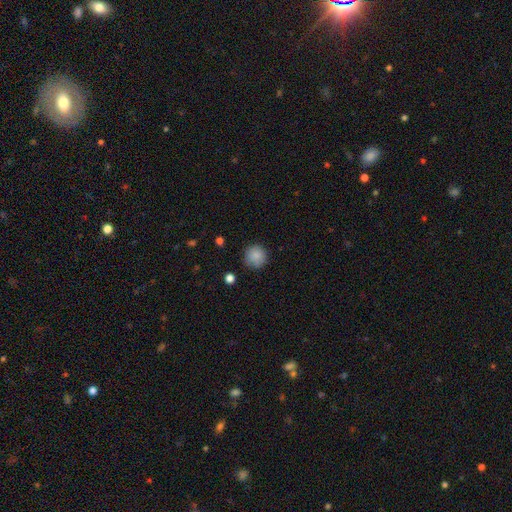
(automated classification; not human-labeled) Smooth or featured?
  - smooth: 86% *
  - star or artifact: 8%
  - featured or disk: 6%
How rounded?
  - round: 94% *
  - in between: 5%
  - cigar-shaped: 1%
Merging?
  - none: 82% *
  - minor disturbance: 13%
  - major disturbance: 3%
  - merger: 2%